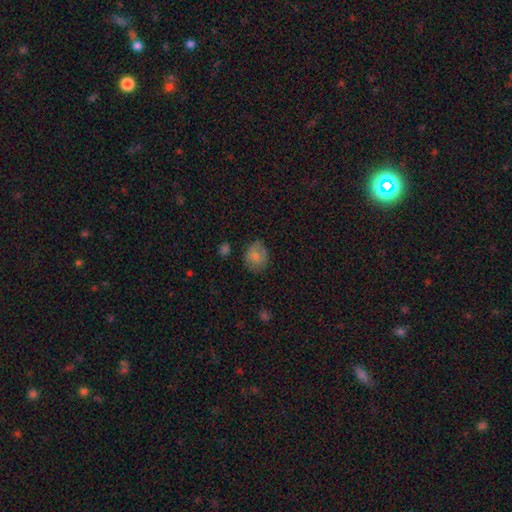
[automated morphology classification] Smooth or featured?
  - smooth: 80% *
  - featured or disk: 11%
  - star or artifact: 9%
How rounded?
  - round: 65% *
  - in between: 34%
  - cigar-shaped: 1%
Merging?
  - none: 68% *
  - minor disturbance: 23%
  - major disturbance: 7%
  - merger: 3%